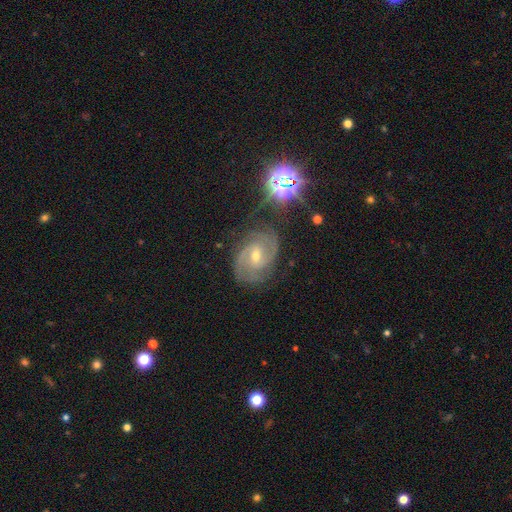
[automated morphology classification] smooth-or-featured: featured or disk: 85% | star or artifact: 10% | smooth: 5%
  disk-edge-on: no: 97% | yes: 3%
    bar: weak: 48% | no: 37% | strong: 15%
    has-spiral-arms: yes: 98% | no: 2%
      spiral-winding: tight: 50% | medium: 43% | loose: 7%
      spiral-arm-count: 2: 57% | 3: 21% | can't tell: 11% | 4: 4% | 1: 3% | more than 4: 3%
    bulge-size: moderate: 51% | small: 46% | large: 1% | none: 1% | dominant: 1%
  merging: none: 77% | minor disturbance: 16% | major disturbance: 5% | merger: 2%